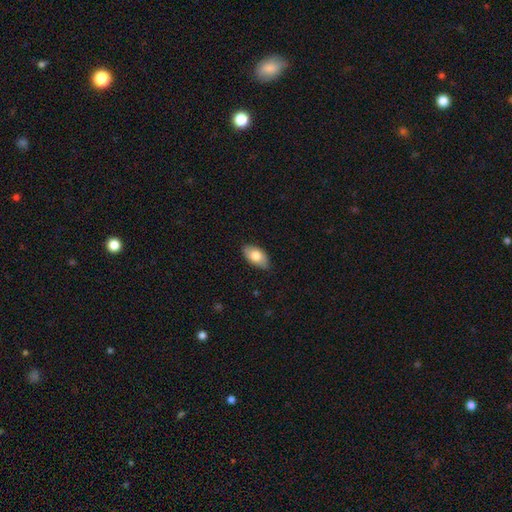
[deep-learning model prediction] The model was most divided on "smooth or featured": smooth: 77%, featured or disk: 17%, star or artifact: 6%. More confident: how rounded — in between (94%); merging — none (85%).